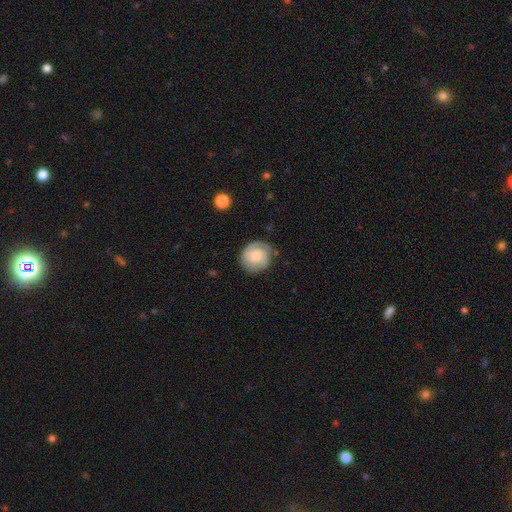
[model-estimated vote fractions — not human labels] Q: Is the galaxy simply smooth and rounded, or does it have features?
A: featured or disk — 48%.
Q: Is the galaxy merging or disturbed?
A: none — 75%.